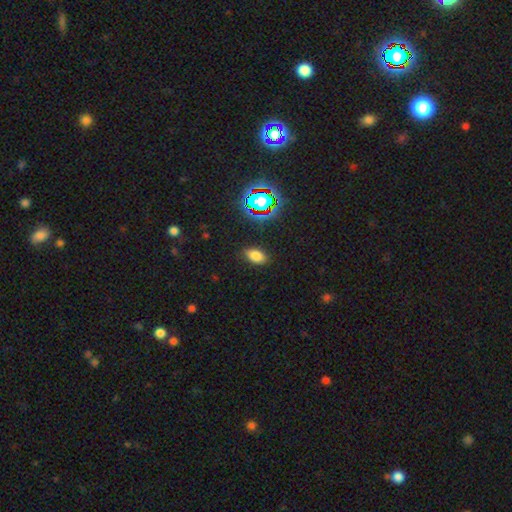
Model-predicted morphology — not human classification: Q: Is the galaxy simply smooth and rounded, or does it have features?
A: smooth — 75%.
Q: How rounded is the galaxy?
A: in between — 90%.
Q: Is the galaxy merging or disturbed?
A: none — 85%.